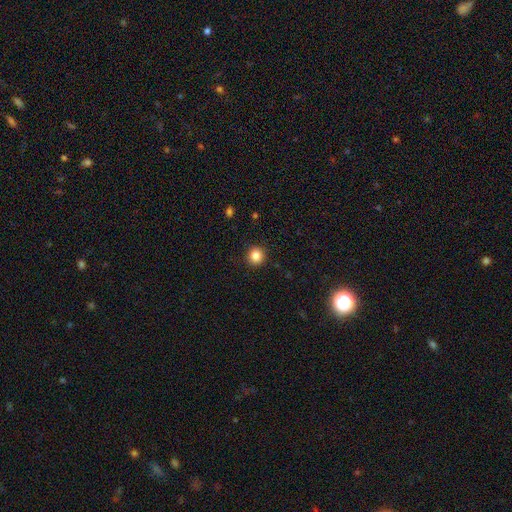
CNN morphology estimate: Smooth or featured? Predicted: smooth (p=0.85). How rounded? Predicted: round (p=0.93). Merging? Predicted: none (p=0.92).